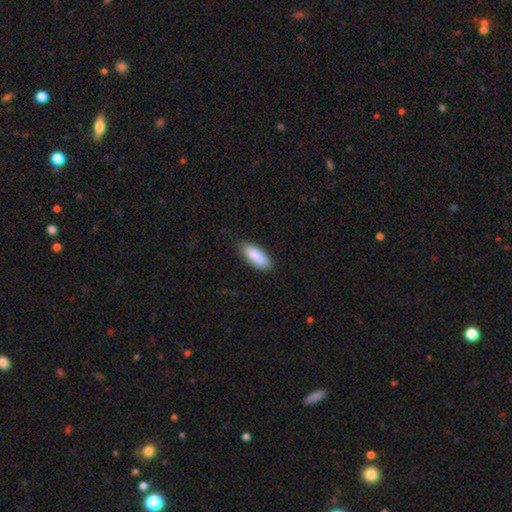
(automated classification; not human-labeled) smooth-or-featured: smooth: 87% | featured or disk: 7% | star or artifact: 6%
  how-rounded: in between: 78% | cigar-shaped: 21% | round: 2%
  merging: none: 77% | minor disturbance: 18% | major disturbance: 3% | merger: 2%